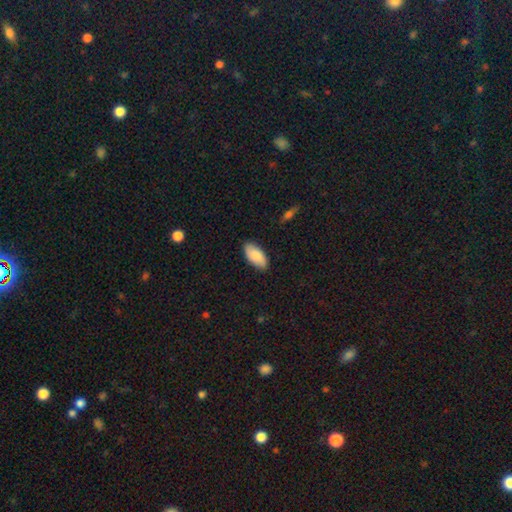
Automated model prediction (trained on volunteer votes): Smooth or featured: smooth — 83% (featured or disk — 11%)
How rounded: in between — 93% (cigar-shaped — 5%)
Merging: none — 86% (minor disturbance — 11%)